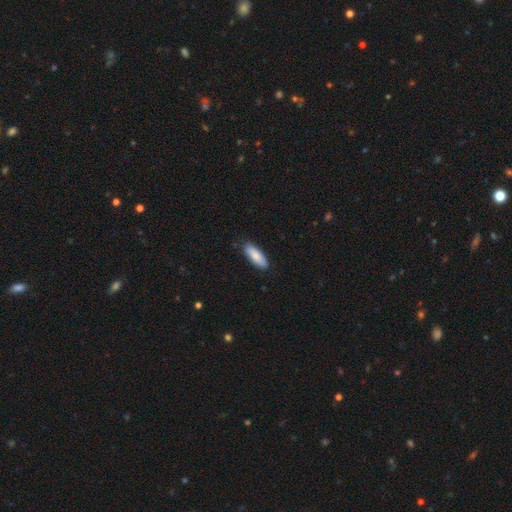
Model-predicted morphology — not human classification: type=smooth (84%); roundness=in between (62%); merging=none (85%).